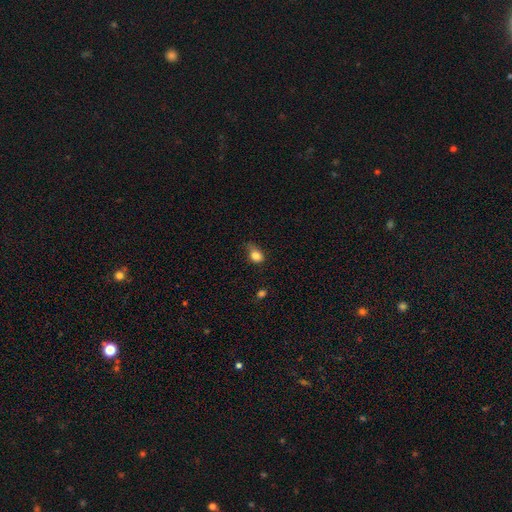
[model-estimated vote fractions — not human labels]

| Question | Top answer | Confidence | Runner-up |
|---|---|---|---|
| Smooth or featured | smooth | 83% | star or artifact (10%) |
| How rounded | in between | 59% | round (39%) |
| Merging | none | 44% | minor disturbance (40%) |